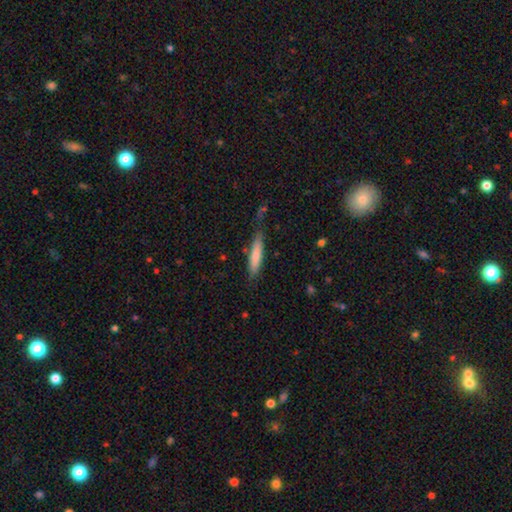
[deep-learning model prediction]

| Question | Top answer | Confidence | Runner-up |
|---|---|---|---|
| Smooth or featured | smooth | 76% | featured or disk (18%) |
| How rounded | cigar-shaped | 85% | in between (14%) |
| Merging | none | 70% | minor disturbance (21%) |